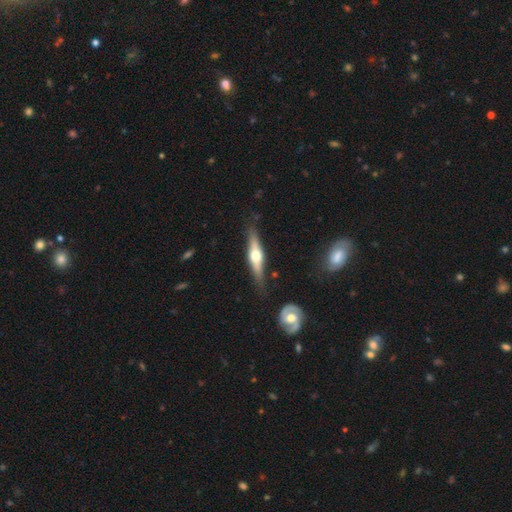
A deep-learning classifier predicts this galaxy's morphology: smooth_or_featured: featured or disk (p=0.66) [alt: smooth p=0.28]
disk_edge_on: yes (p=0.94) [alt: no p=0.06]
edge_on_bulge: rounded (p=0.92) [alt: boxy p=0.05]
merging: none (p=0.82) [alt: minor disturbance p=0.12]